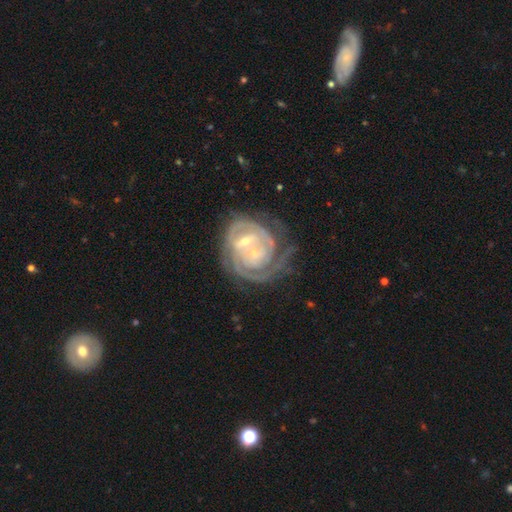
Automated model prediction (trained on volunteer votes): Overall: featured or disk (83%). Edge-on disk: no (97%). Bar: no (43%; weak 37%). Spiral arms: yes (92%). Spiral arm count: 2 (39%; can't tell 30%). Spiral winding: tight (70%). Bulge size: small (66%). Merging: merger (50%; none 25%).